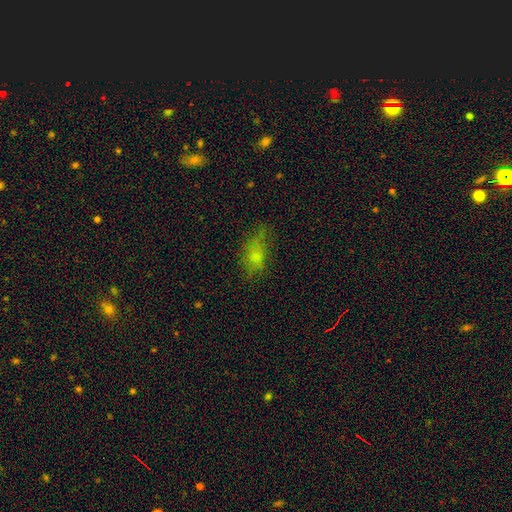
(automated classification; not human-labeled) Smooth or featured? smooth (64%)
How rounded? in between (80%)
Merging? none (48%)